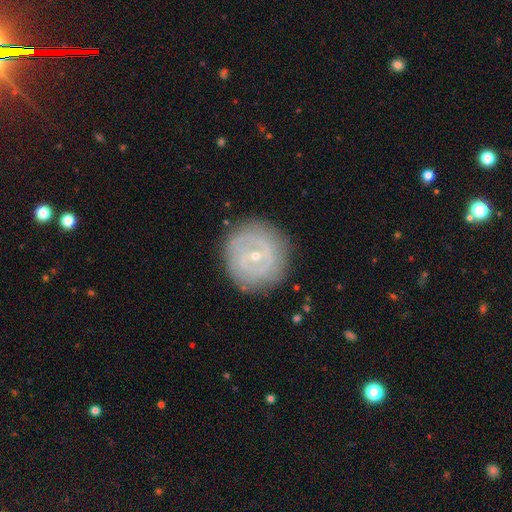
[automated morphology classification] A featured or disk galaxy (72%) with no bar (44%), spiral arms (70%) and a small central bulge (69%).

Vote fractions:
- Smooth or featured? featured or disk: 72% / smooth: 21% / star or artifact: 7%
- Edge-on disk? no: 97% / yes: 3%
- Bar? no: 44% / weak: 41% / strong: 15%
- Spiral arms? yes: 70% / no: 30%
- Bulge size? small: 69% / moderate: 28% / large: 1% / none: 1% / dominant: 1%
- Merging? none: 85% / minor disturbance: 10% / major disturbance: 4% / merger: 1%